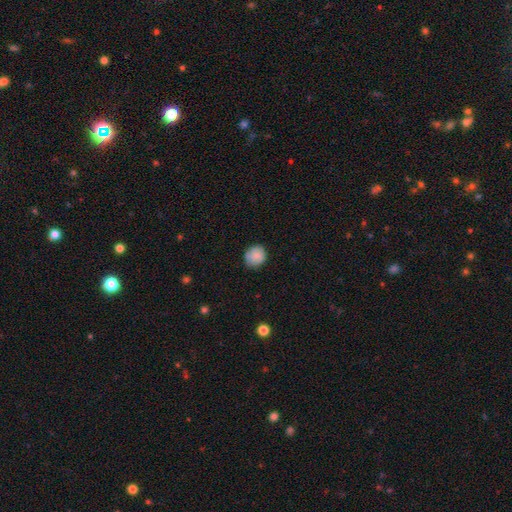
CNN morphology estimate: This is clearly a smooth galaxy (85%). How rounded: clearly round (81%). Merging: likely none (77%).